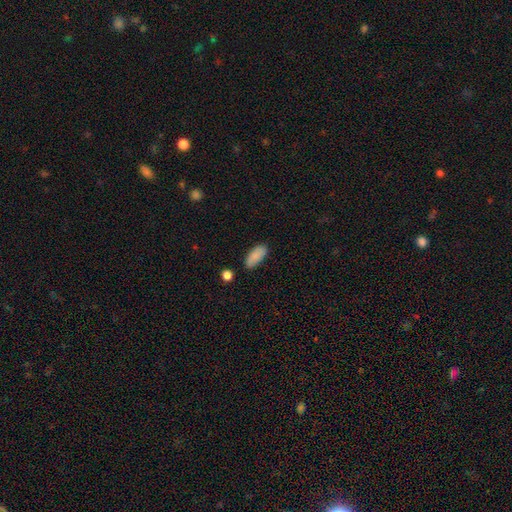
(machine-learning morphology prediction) Smooth or featured? smooth (86%)
How rounded? in between (86%)
Merging? none (78%)